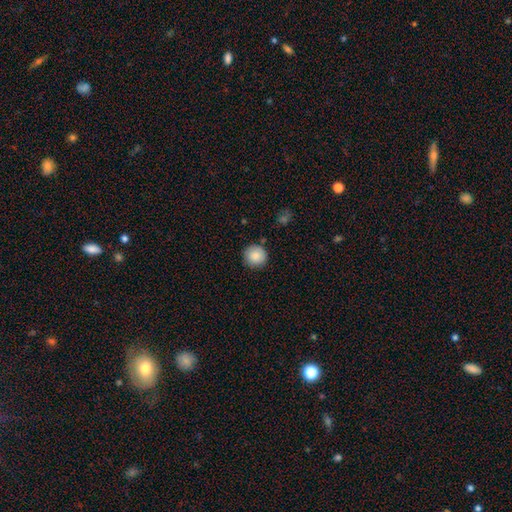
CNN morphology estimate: Smooth or featured? smooth (86%)
How rounded? round (93%)
Merging? none (87%)